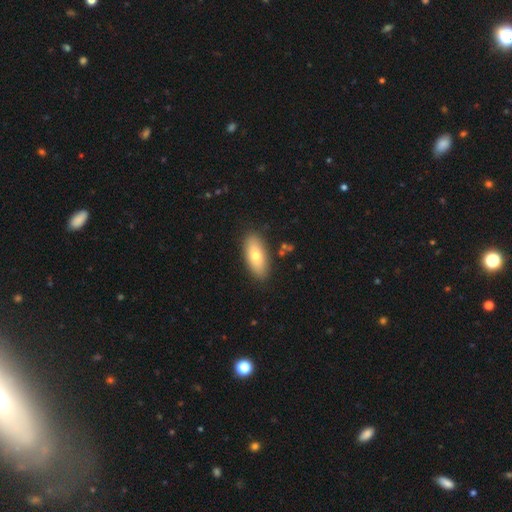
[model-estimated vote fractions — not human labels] Smooth or featured? smooth (70%)
How rounded? in between (77%)
Merging? none (87%)